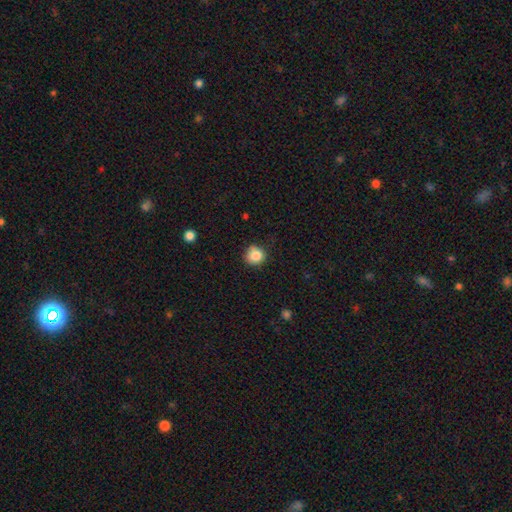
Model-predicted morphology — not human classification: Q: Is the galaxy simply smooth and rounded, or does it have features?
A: smooth — 84%.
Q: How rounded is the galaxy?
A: round — 89%.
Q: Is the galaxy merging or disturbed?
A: none — 75%.